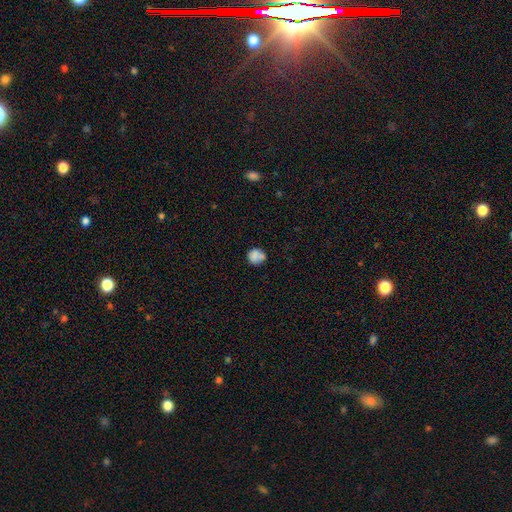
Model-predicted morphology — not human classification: The model was most divided on "merging": none: 58%, minor disturbance: 19%, merger: 17%, major disturbance: 6%. More confident: how rounded — round (83%); smooth or featured — smooth (80%).